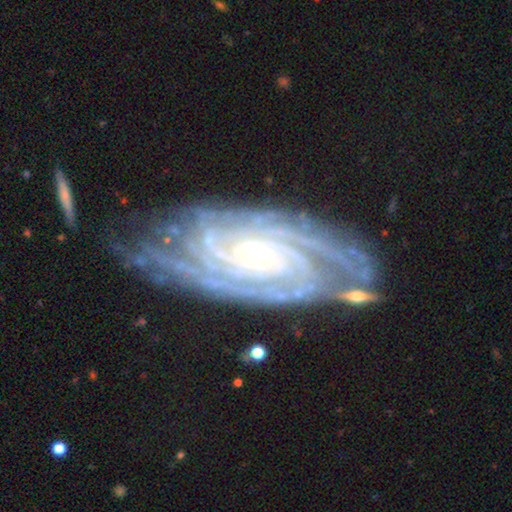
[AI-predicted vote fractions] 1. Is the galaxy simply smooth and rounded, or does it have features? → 91% featured or disk, 5% star or artifact, 4% smooth.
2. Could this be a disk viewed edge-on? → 95% no, 5% yes.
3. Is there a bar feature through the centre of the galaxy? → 67% no, 22% weak, 11% strong.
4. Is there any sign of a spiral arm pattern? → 98% yes, 2% no.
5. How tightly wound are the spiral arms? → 81% tight, 16% medium, 3% loose.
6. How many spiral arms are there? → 26% 4, 21% more than 4, 21% can't tell, 14% 3, 10% 2, 7% 1.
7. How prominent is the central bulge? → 71% small, 25% moderate, 2% large, 1% none, 1% dominant.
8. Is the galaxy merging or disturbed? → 72% none, 19% minor disturbance, 7% major disturbance, 2% merger.